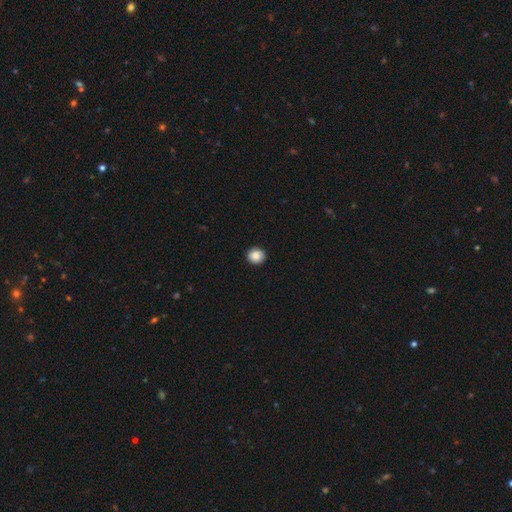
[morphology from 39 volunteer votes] A smooth galaxy with no disk features (87%) that is round (91%).

Vote fractions:
- Smooth or featured? smooth: 87% / star or artifact: 10% / featured or disk: 3%
- How rounded? round: 91% / in between: 9% / cigar-shaped: 0%
- Merging? none: 91% / minor disturbance: 6% / major disturbance: 3% / merger: 0%